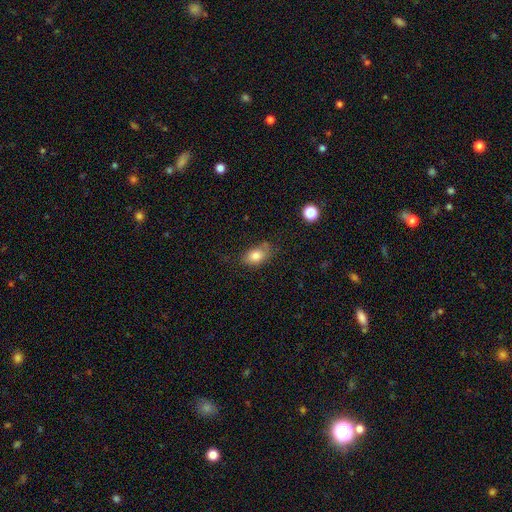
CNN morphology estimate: A smooth galaxy with no disk features (82%) that is in between round and cigar-shaped (86%). Merging: none (67%).